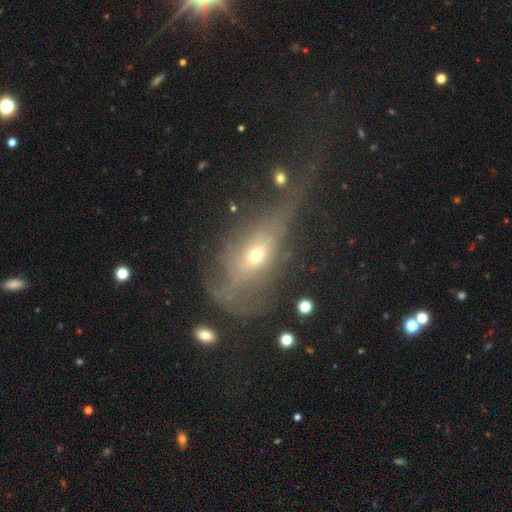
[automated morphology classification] Smooth or featured: featured or disk — 44% (smooth — 40%)
Merging: major disturbance — 52% (none — 23%)